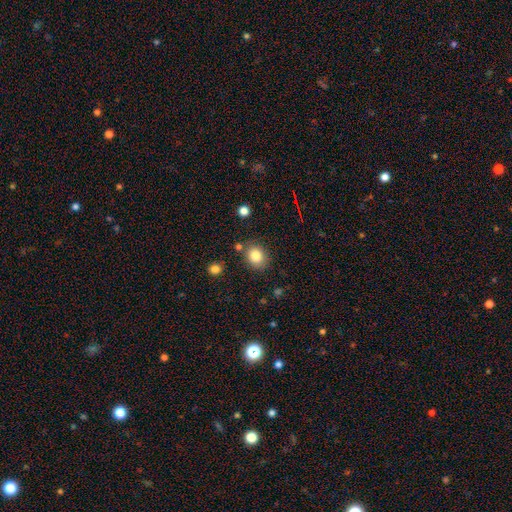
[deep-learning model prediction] This appears to be a smooth galaxy with no disk features (83%) that is round (68%). Merging: none (80%).